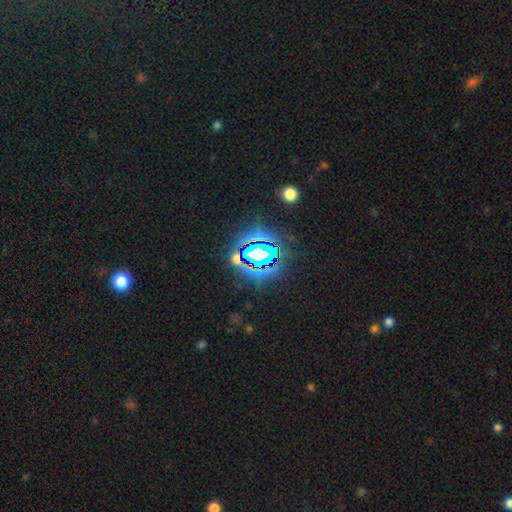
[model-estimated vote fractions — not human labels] Smooth or featured: star or artifact — 73% (smooth — 17%)